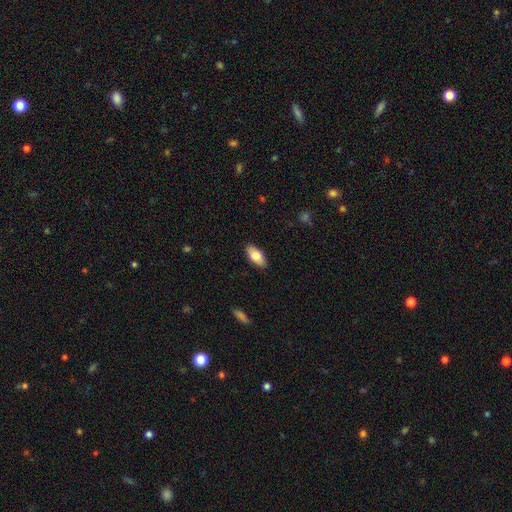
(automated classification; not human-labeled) Smooth or featured? smooth (79%)
How rounded? in between (92%)
Merging? none (89%)